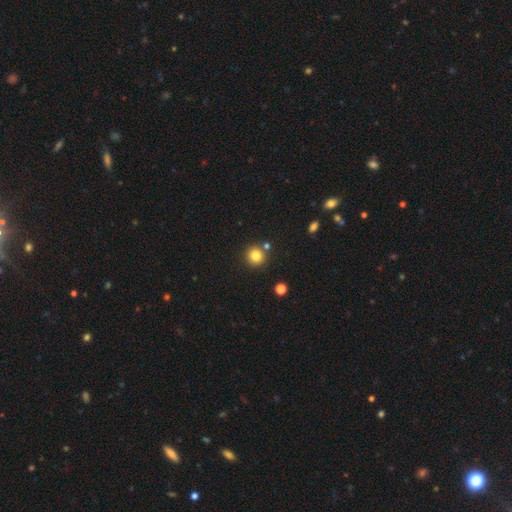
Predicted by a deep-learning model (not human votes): Smooth or featured? Predicted: smooth (p=0.81). How rounded? Predicted: round (p=0.94). Merging? Predicted: none (p=0.84).